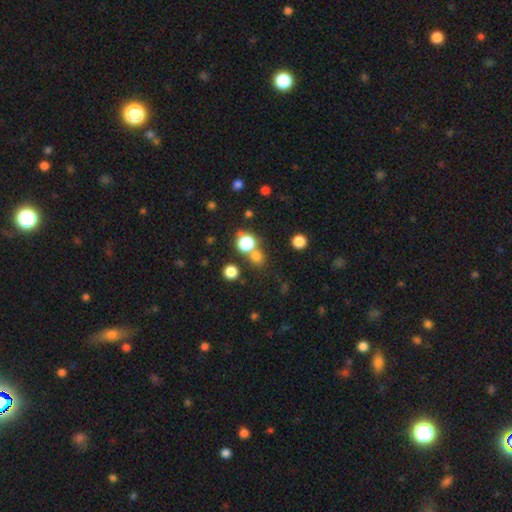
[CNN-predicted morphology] Smooth or featured? Predicted: smooth (p=0.71). How rounded? Predicted: round (p=0.85). Merging? Predicted: none (p=0.64).